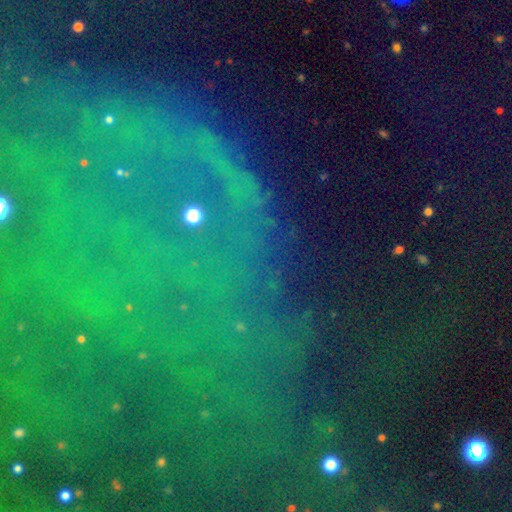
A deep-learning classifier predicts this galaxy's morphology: The model was most divided on "smooth or featured": star or artifact: 79%, featured or disk: 11%, smooth: 10%.